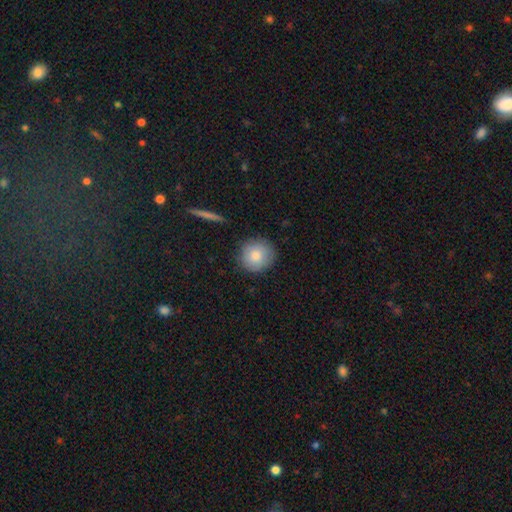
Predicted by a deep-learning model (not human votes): Smooth or featured: smooth — 82% (featured or disk — 11%)
How rounded: round — 92% (in between — 7%)
Merging: none — 86% (minor disturbance — 10%)